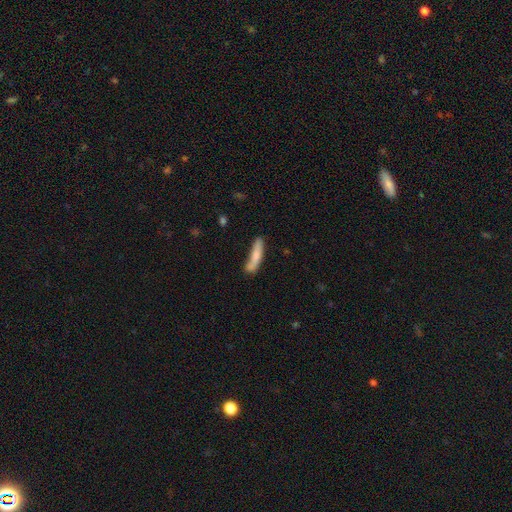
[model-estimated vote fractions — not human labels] smooth_or_featured: smooth (p=0.73) [alt: featured or disk p=0.21]
how_rounded: cigar-shaped (p=0.81) [alt: in between p=0.18]
merging: none (p=0.56) [alt: minor disturbance p=0.25]